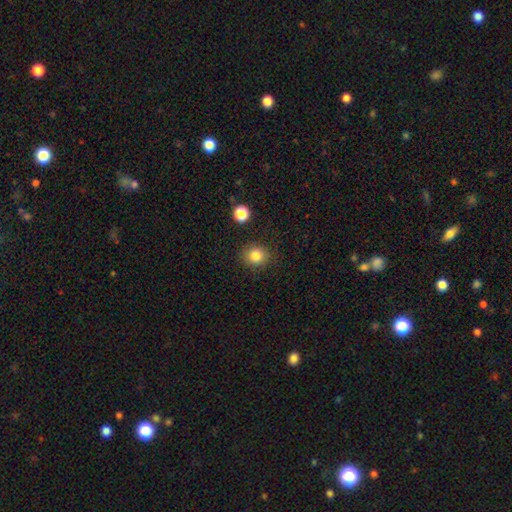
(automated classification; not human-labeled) smooth_or_featured: smooth (p=0.83) [alt: star or artifact p=0.11]
how_rounded: round (p=0.83) [alt: in between p=0.16]
merging: none (p=0.87) [alt: minor disturbance p=0.09]